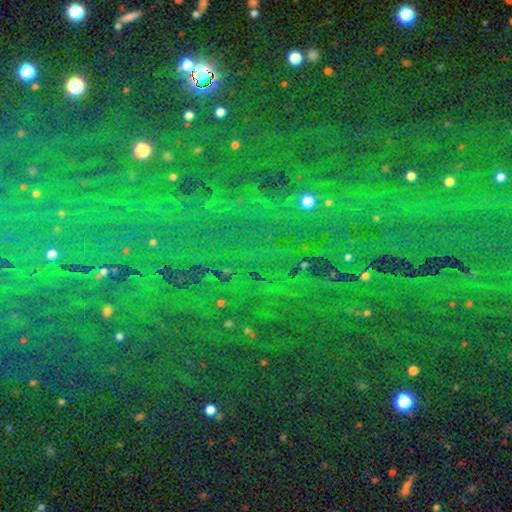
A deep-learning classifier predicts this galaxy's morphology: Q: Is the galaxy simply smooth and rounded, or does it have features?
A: star or artifact — 86%.